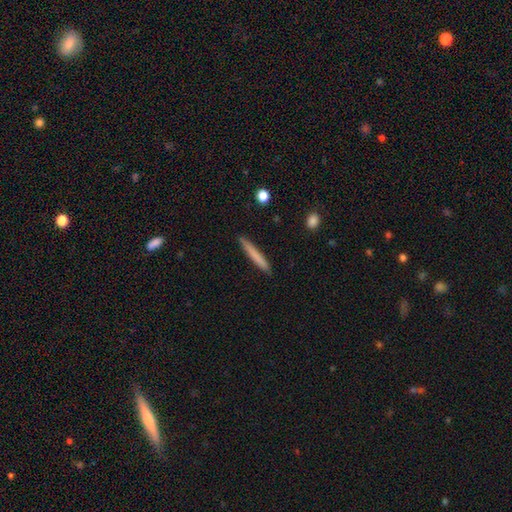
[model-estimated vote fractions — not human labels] Morphology: type=smooth (74%); roundness=cigar-shaped (96%); merging=none (90%).